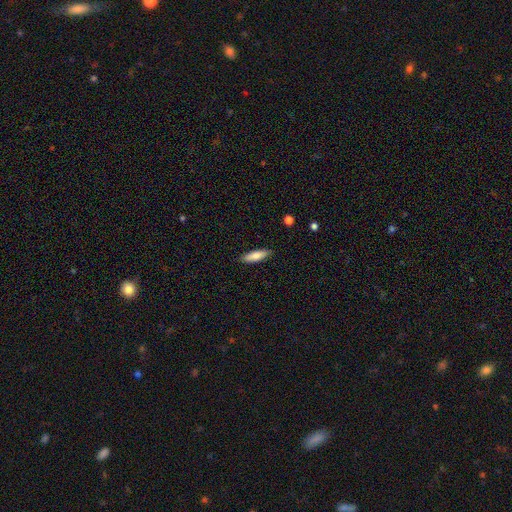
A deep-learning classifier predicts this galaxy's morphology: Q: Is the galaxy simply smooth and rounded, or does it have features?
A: smooth — 78%.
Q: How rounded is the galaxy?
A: cigar-shaped — 50%.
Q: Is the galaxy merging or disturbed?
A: none — 88%.